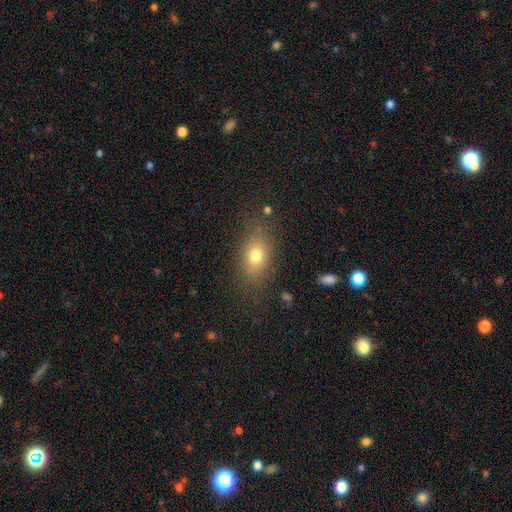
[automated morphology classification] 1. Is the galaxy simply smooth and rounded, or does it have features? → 74% smooth, 14% featured or disk, 12% star or artifact.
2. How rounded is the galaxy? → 76% in between, 19% round, 5% cigar-shaped.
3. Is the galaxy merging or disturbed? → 78% none, 14% minor disturbance, 6% major disturbance, 2% merger.